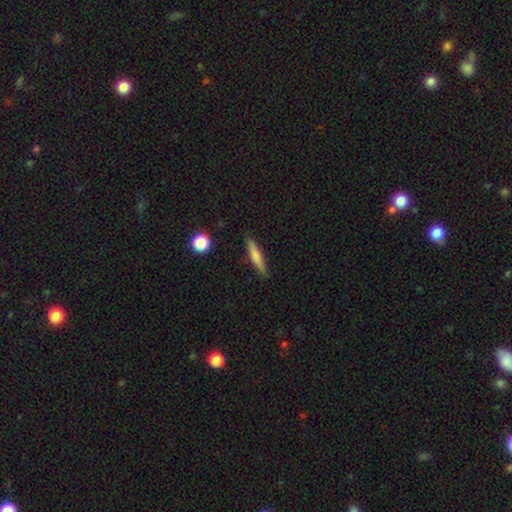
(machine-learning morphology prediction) smooth 65%, featured or disk 28%, star or artifact 7%. Down the decision tree: how rounded — cigar-shaped (90%); merging — none (88%).